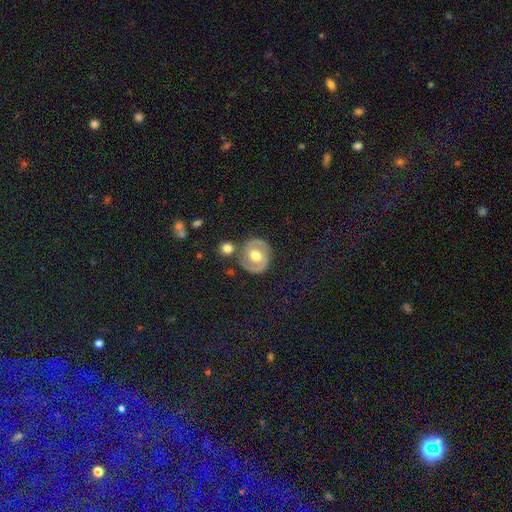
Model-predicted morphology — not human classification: Overall: featured or disk (62%; smooth 30%). Edge-on disk: no (97%). Bar: no (50%; weak 36%). Spiral arms: yes (70%). Bulge size: moderate (74%). Merging: none (75%).